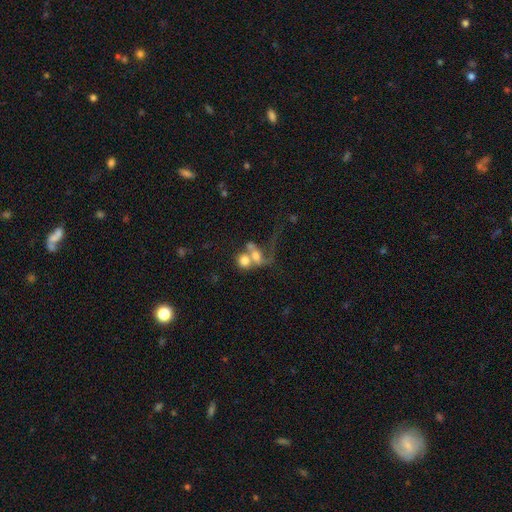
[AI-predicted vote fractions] Smooth or featured?
  - smooth: 54% *
  - featured or disk: 34%
  - star or artifact: 12%
How rounded?
  - round: 53% *
  - in between: 44%
  - cigar-shaped: 3%
Merging?
  - merger: 68% *
  - major disturbance: 15%
  - none: 12%
  - minor disturbance: 5%